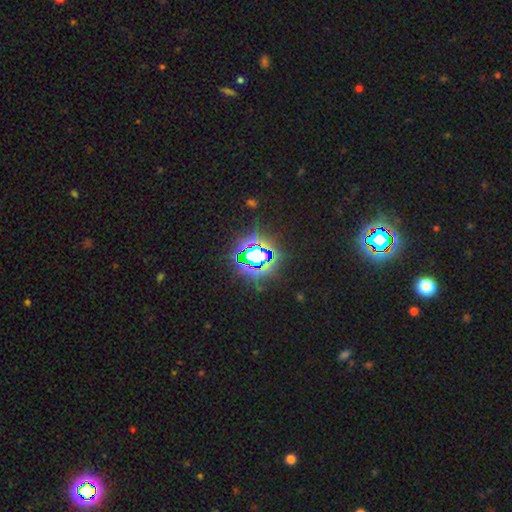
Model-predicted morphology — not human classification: A star or artifact, not a galaxy (78%).

Vote fractions:
- Smooth or featured? star or artifact: 78% / smooth: 13% / featured or disk: 9%